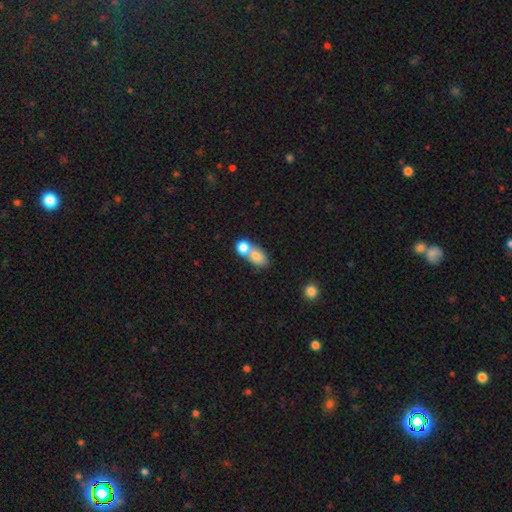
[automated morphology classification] smooth 76%, featured or disk 16%, star or artifact 8%. Down the decision tree: how rounded — in between (68%); merging — merger (66%).